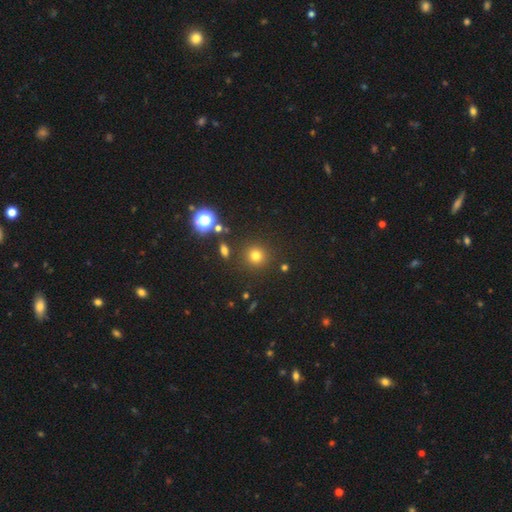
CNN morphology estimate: This appears to be a smooth galaxy with no disk features (75%) that is round (92%). Merging: none (88%).